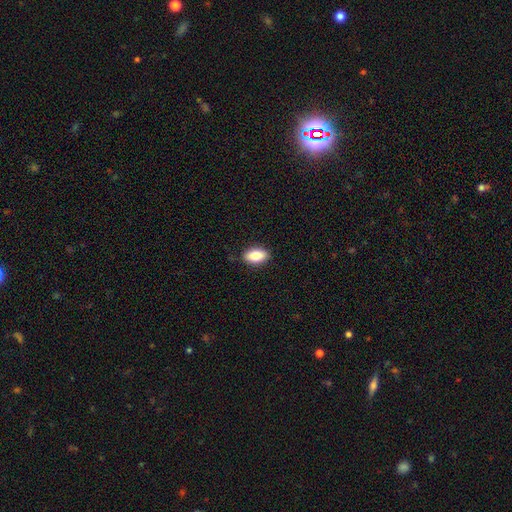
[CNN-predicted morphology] Overall: smooth (83%). How rounded: in between (90%). Merging: none (86%).